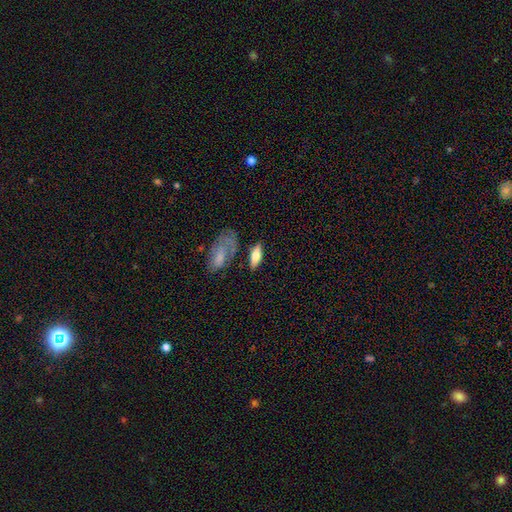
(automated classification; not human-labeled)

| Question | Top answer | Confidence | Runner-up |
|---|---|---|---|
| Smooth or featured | smooth | 64% | featured or disk (30%) |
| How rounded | in between | 59% | cigar-shaped (37%) |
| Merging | none | 68% | minor disturbance (18%) |